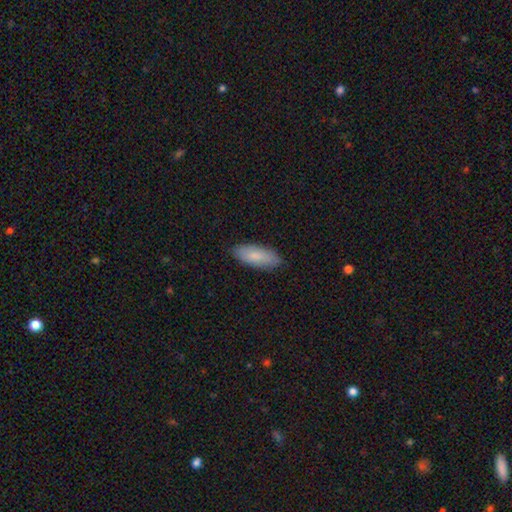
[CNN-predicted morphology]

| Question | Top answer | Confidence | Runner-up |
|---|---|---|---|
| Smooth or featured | smooth | 84% | featured or disk (10%) |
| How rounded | in between | 77% | cigar-shaped (21%) |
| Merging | none | 86% | minor disturbance (11%) |